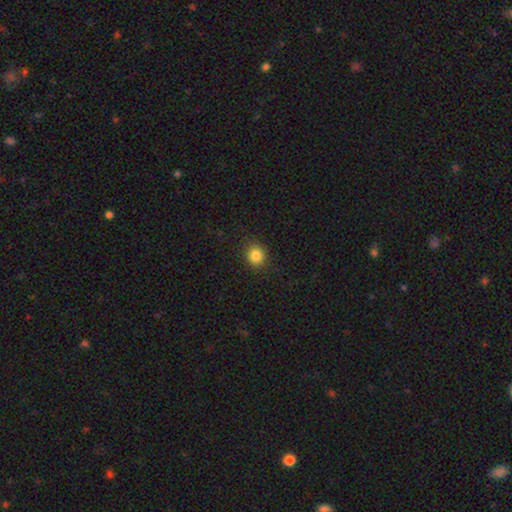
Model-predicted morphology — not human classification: smooth_or_featured: smooth (p=0.85) [alt: star or artifact p=0.11]
how_rounded: round (p=0.80) [alt: in between p=0.19]
merging: none (p=0.89) [alt: minor disturbance p=0.08]